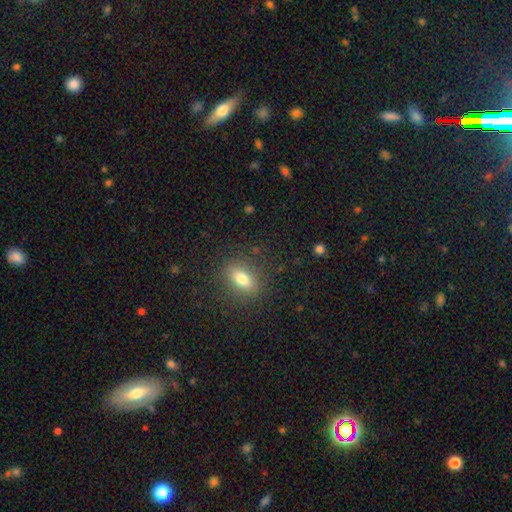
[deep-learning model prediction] Smooth or featured: smooth — 66% (featured or disk — 17%)
How rounded: in between — 66% (round — 23%)
Merging: none — 88% (minor disturbance — 8%)